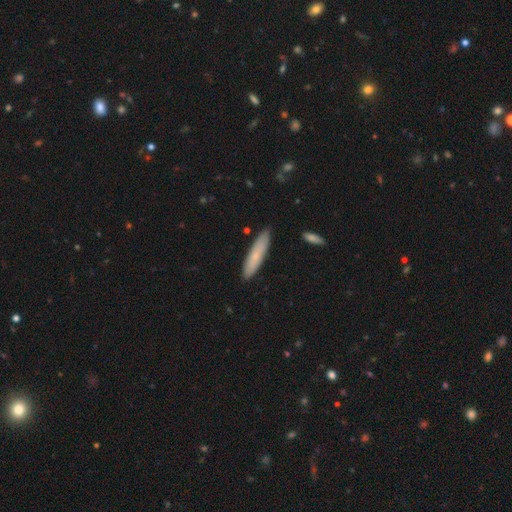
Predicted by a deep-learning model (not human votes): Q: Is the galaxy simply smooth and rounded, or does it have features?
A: smooth — 72%.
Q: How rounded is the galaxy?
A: cigar-shaped — 83%.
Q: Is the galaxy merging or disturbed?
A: none — 88%.